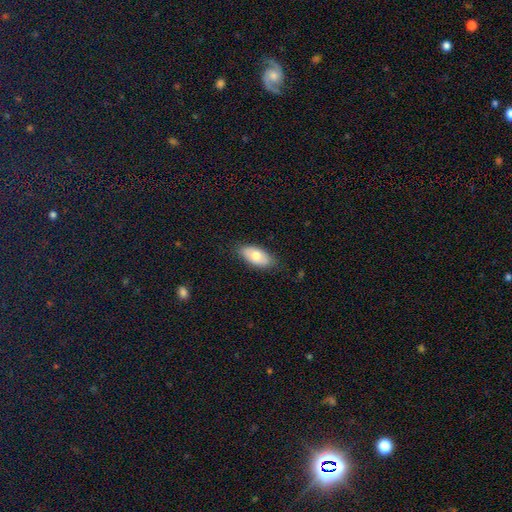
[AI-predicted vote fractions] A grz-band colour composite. It shows a smooth galaxy with no disk features (71%) that is in between round and cigar-shaped (92%). Merging: none (81%).